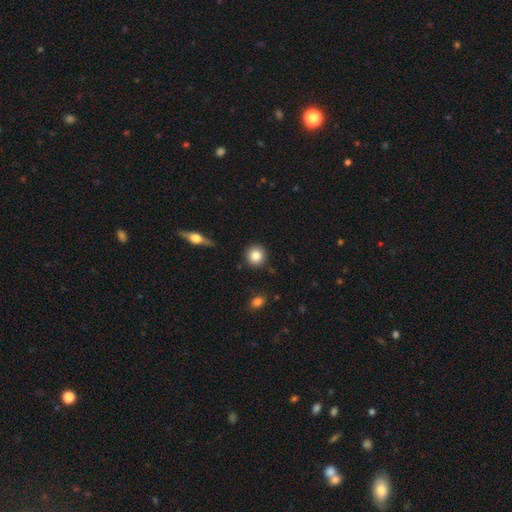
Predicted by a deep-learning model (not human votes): Morphology: type=smooth (83%); roundness=round (93%); merging=none (90%).